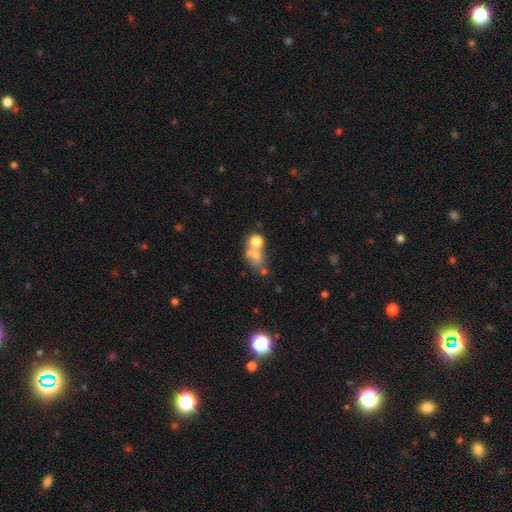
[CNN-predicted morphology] type=smooth (58%); roundness=in between (54%); merging=merger (46%).